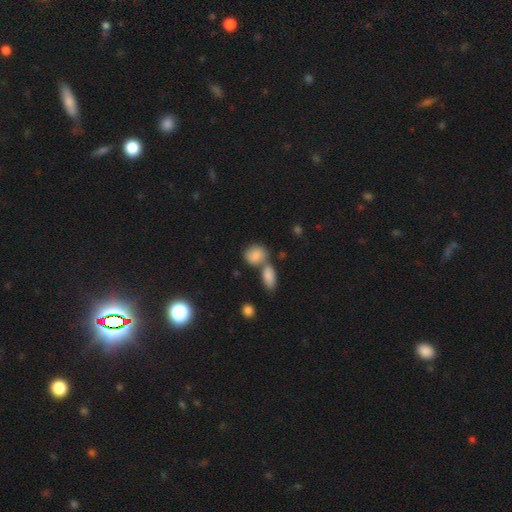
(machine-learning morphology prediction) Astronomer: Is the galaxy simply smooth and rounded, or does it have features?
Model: smooth — 82%.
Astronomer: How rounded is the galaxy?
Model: in between — 58% (runner-up: round, 39%).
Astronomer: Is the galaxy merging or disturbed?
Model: merger — 43% (runner-up: none, 41%).